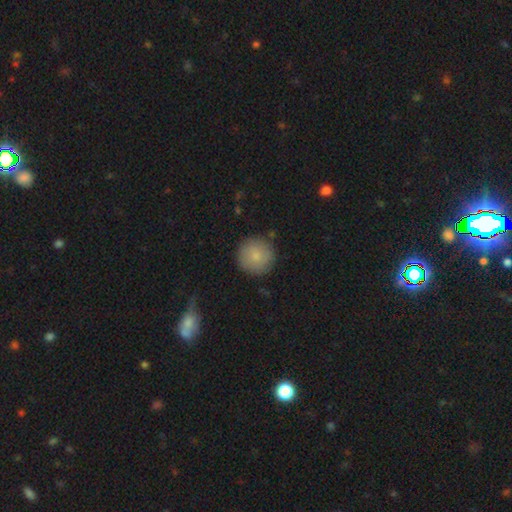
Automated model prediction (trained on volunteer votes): This appears to be a smooth galaxy with no disk features (84%) that is round (96%). Merging: none (88%).